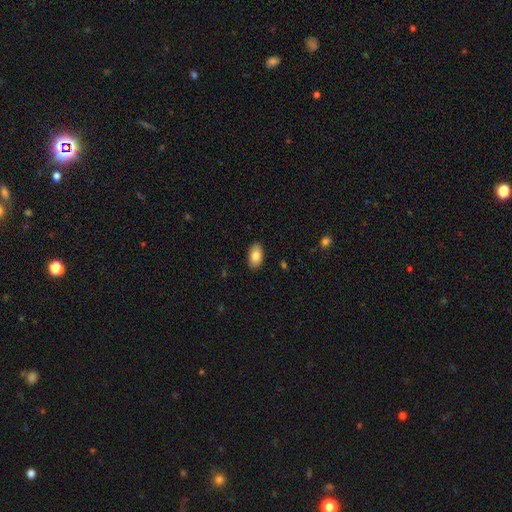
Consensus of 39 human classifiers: smooth-or-featured: smooth: 74% | featured or disk: 18% | star or artifact: 8%
  how-rounded: in between: 93% | round: 7% | cigar-shaped: 0%
  merging: none: 89% | minor disturbance: 8% | major disturbance: 3% | merger: 0%